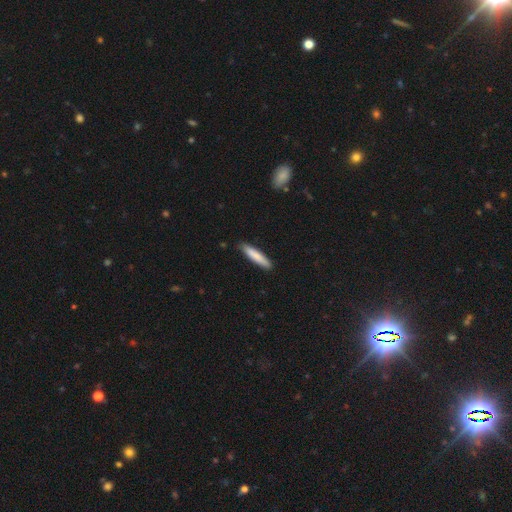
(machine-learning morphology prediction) type=smooth (83%); roundness=cigar-shaped (89%); merging=none (87%).